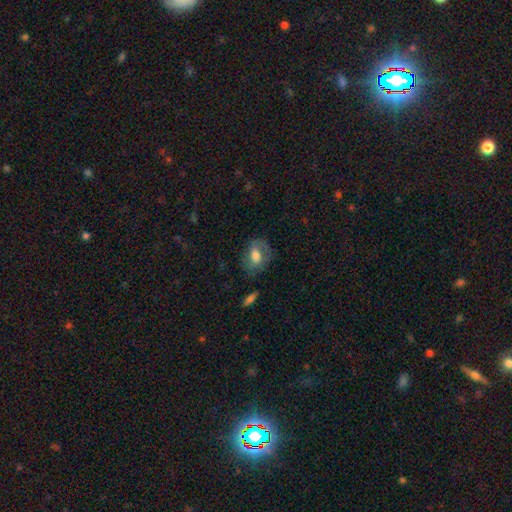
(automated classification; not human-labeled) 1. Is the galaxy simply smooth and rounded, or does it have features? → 56% smooth, 36% featured or disk, 8% star or artifact.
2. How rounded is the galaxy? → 72% in between, 25% round, 3% cigar-shaped.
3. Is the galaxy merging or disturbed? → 62% none, 23% minor disturbance, 13% major disturbance, 2% merger.